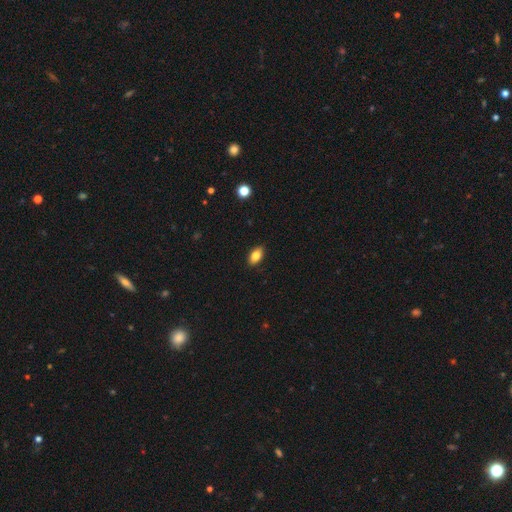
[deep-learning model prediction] Smooth or featured: smooth — 84% (star or artifact — 8%)
How rounded: in between — 91% (round — 6%)
Merging: none — 89% (minor disturbance — 8%)